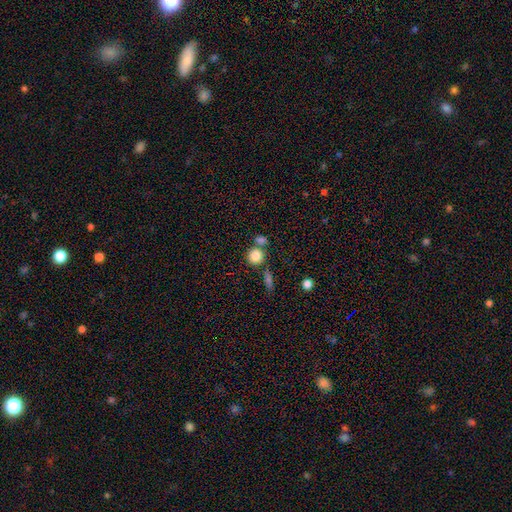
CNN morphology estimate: smooth_or_featured: smooth (p=0.84) [alt: star or artifact p=0.10]
how_rounded: round (p=0.88) [alt: in between p=0.11]
merging: none (p=0.63) [alt: merger p=0.24]